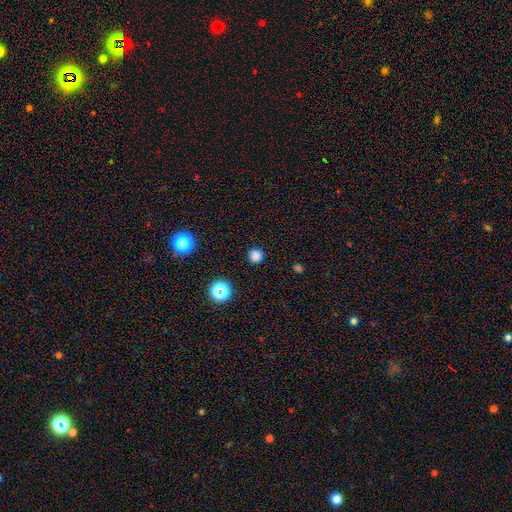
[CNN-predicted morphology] Overall: smooth (80%). How rounded: round (93%). Merging: none (90%).